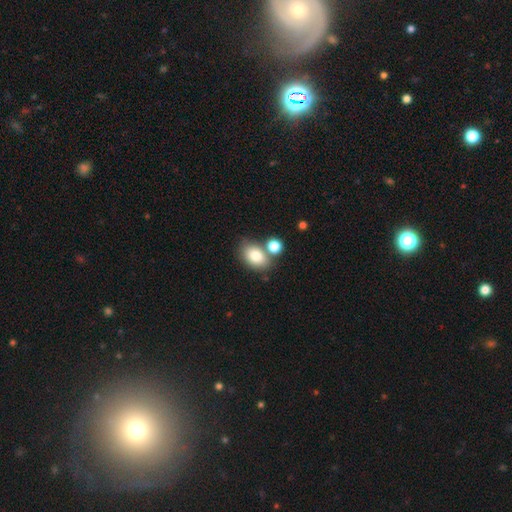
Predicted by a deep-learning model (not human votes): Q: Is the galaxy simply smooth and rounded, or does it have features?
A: smooth — 80%.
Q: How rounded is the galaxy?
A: in between — 80%.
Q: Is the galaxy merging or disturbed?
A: none — 56%.